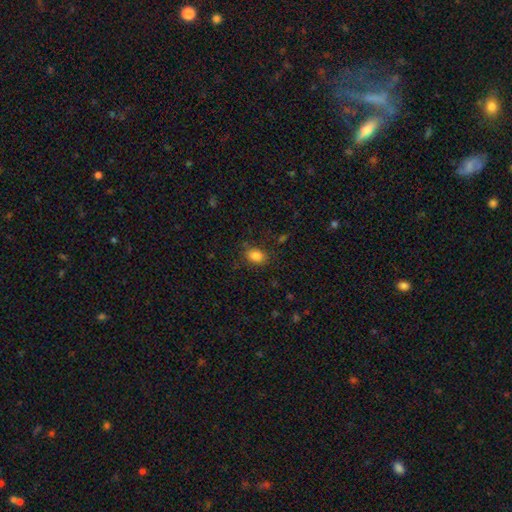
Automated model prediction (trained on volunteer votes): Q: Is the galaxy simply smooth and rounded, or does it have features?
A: smooth — 86%.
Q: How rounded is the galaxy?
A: in between — 80%.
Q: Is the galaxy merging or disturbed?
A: none — 79%.